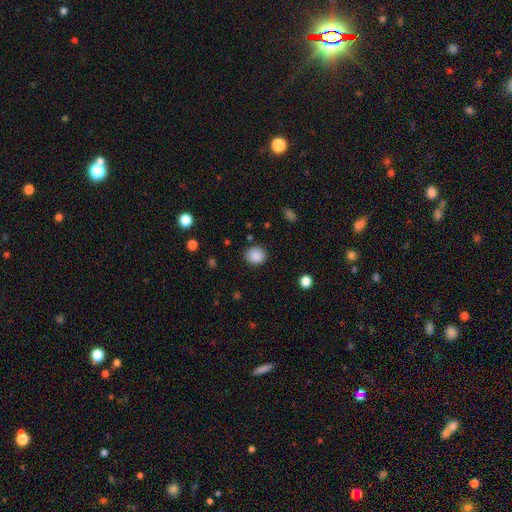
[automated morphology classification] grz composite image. It shows a smooth galaxy with no disk features (87%) that is round (81%). Merging: none (86%).